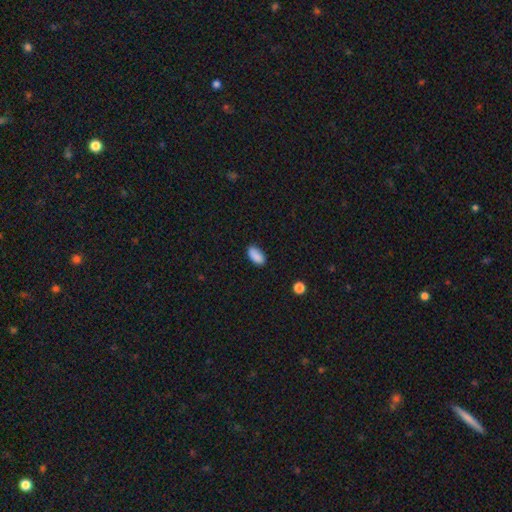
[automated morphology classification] Q: Smooth or featured?
A: smooth (88%); runner-up: star or artifact (8%)
Q: How rounded?
A: in between (92%); runner-up: cigar-shaped (5%)
Q: Merging?
A: none (83%); runner-up: minor disturbance (13%)